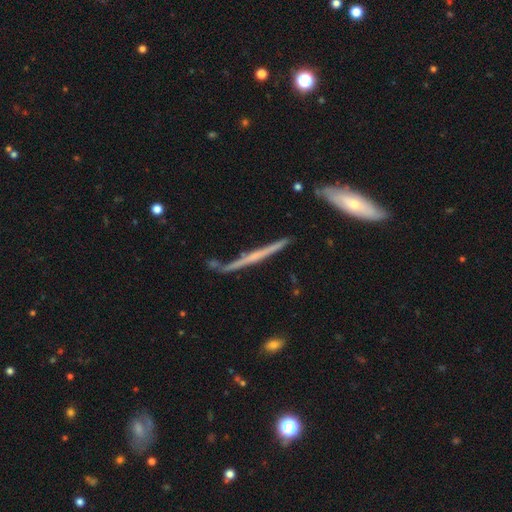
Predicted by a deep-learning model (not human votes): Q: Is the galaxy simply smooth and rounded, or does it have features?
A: featured or disk — 68%.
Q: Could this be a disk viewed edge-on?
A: yes — 95%.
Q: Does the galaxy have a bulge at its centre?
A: none — 61%.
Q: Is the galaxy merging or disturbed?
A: none — 69%.